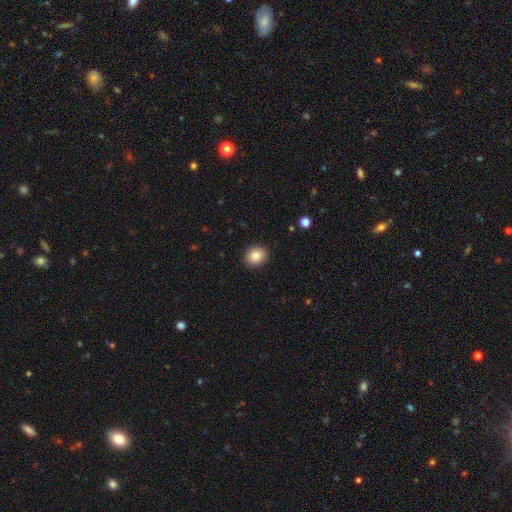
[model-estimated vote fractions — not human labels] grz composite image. It shows a smooth galaxy with no disk features (86%) that is round (60%). Merging: none (91%).